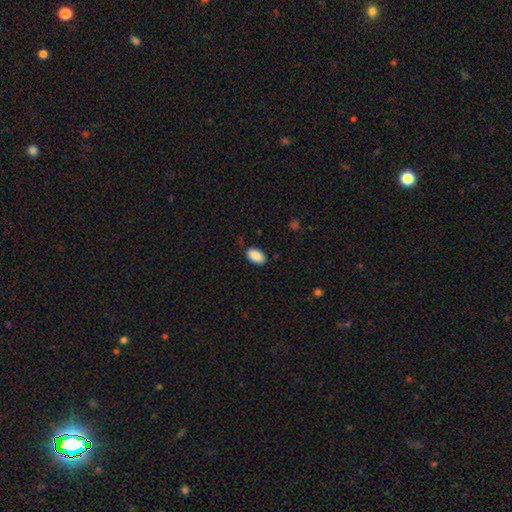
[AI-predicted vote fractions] This appears to be a smooth galaxy with no disk features (90%) that is in between round and cigar-shaped (93%). Merging: none (84%).